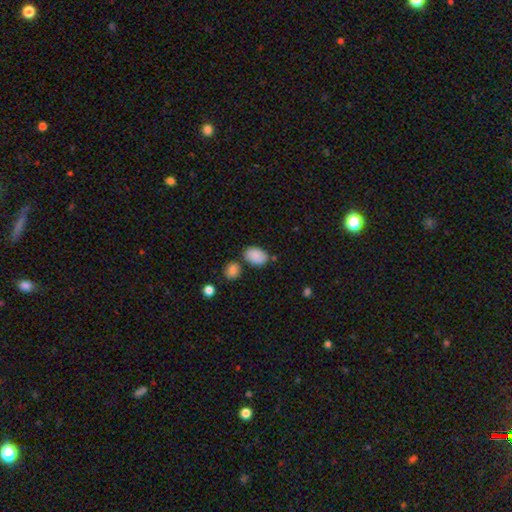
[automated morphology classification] Smooth or featured: smooth — 87% (star or artifact — 8%)
How rounded: in between — 88% (round — 11%)
Merging: none — 69% (minor disturbance — 17%)